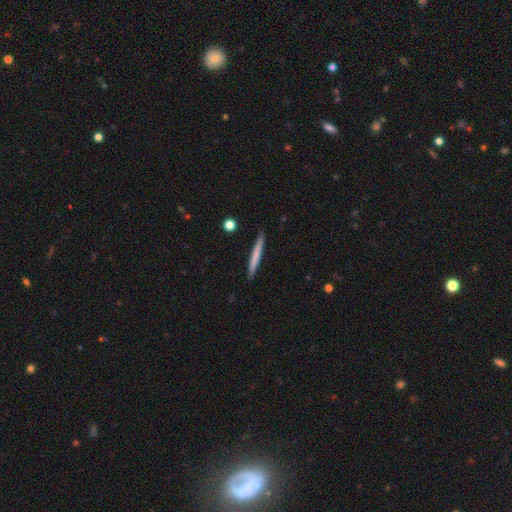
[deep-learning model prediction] A smooth galaxy with no disk features (66%) that is cigar-shaped (97%).

Vote fractions:
- Smooth or featured? smooth: 66% / featured or disk: 28% / star or artifact: 5%
- How rounded? cigar-shaped: 97% / in between: 2% / round: 1%
- Merging? none: 91% / minor disturbance: 6% / merger: 1% / major disturbance: 1%